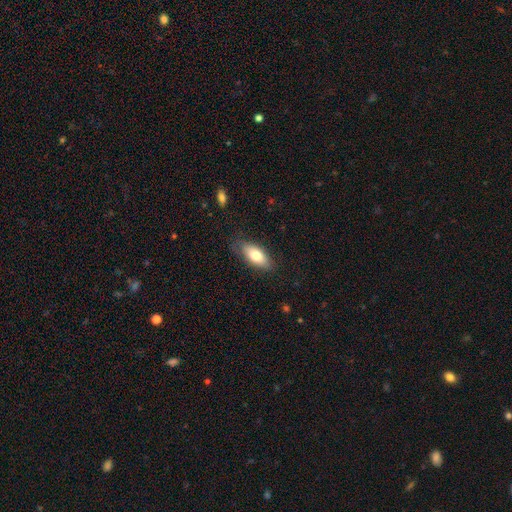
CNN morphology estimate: Smooth or featured? smooth (75%)
How rounded? in between (84%)
Merging? none (77%)